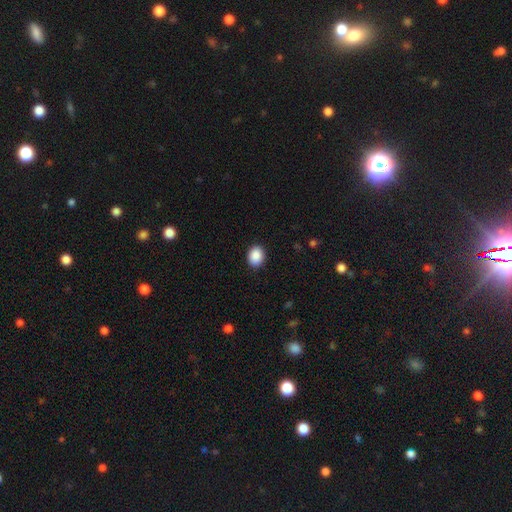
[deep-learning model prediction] smooth_or_featured: smooth (p=0.90) [alt: star or artifact p=0.08]
how_rounded: in between (p=0.51) [alt: round p=0.48]
merging: none (p=0.90) [alt: minor disturbance p=0.07]